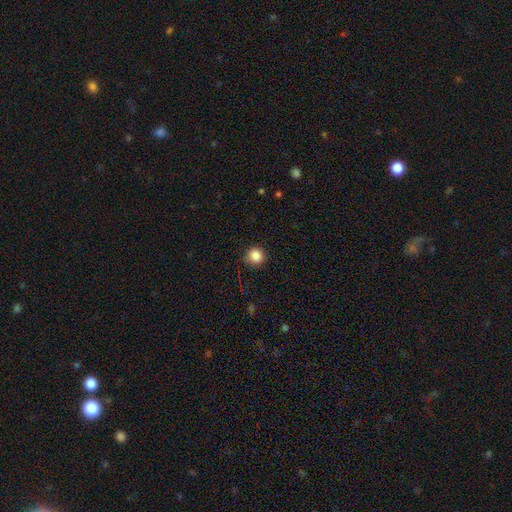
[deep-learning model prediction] The model was most divided on "merging": none: 86%, minor disturbance: 10%, major disturbance: 3%, merger: 1%. More confident: how rounded — round (93%); smooth or featured — smooth (86%).